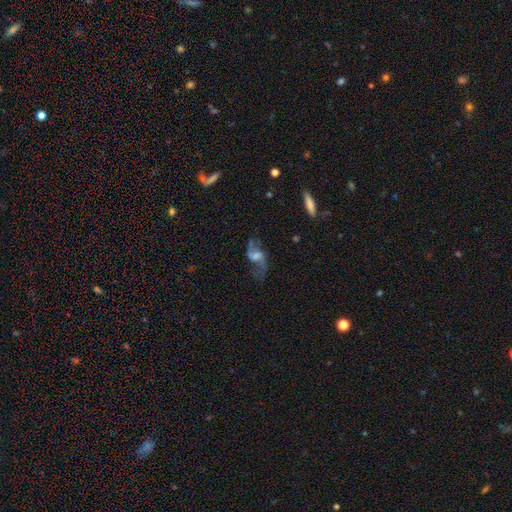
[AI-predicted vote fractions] Smooth or featured? Predicted: featured or disk (p=0.78). Edge-on disk? Predicted: no (p=0.94). Bar? Predicted: weak (p=0.49). Spiral arms? Predicted: yes (p=0.90). Spiral winding? Predicted: loose (p=0.77). Spiral arm count? Predicted: 2 (p=0.89). Bulge size? Predicted: moderate (p=0.39). Merging? Predicted: none (p=0.62).